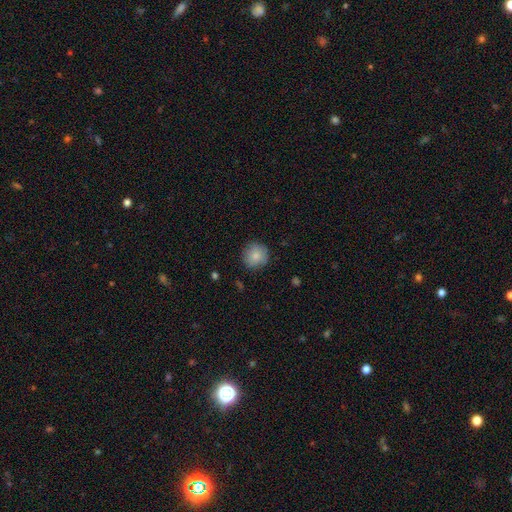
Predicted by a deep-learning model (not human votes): smooth_or_featured: smooth (p=0.84) [alt: star or artifact p=0.08]
how_rounded: round (p=0.93) [alt: in between p=0.06]
merging: none (p=0.86) [alt: minor disturbance p=0.11]